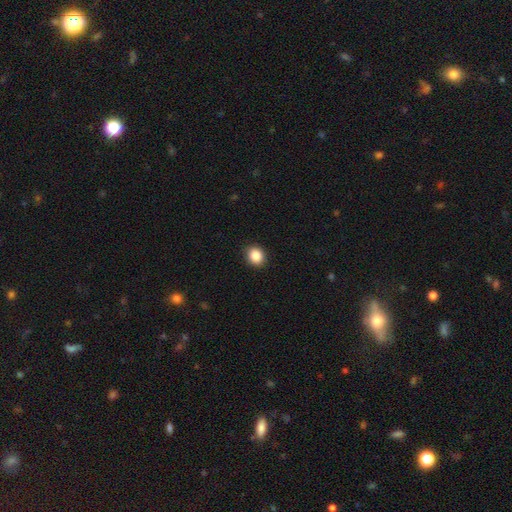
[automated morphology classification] smooth-or-featured: smooth: 87% | star or artifact: 9% | featured or disk: 4%
  how-rounded: round: 66% | in between: 33% | cigar-shaped: 1%
  merging: none: 90% | minor disturbance: 7% | major disturbance: 2% | merger: 1%